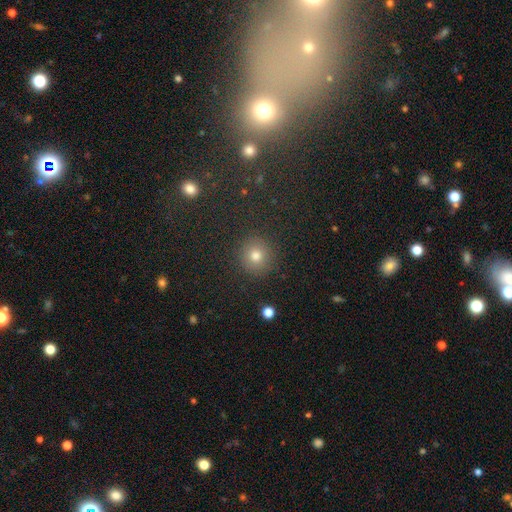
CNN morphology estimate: A smooth galaxy with no disk features (77%) that is round (91%). Merging: none (90%).